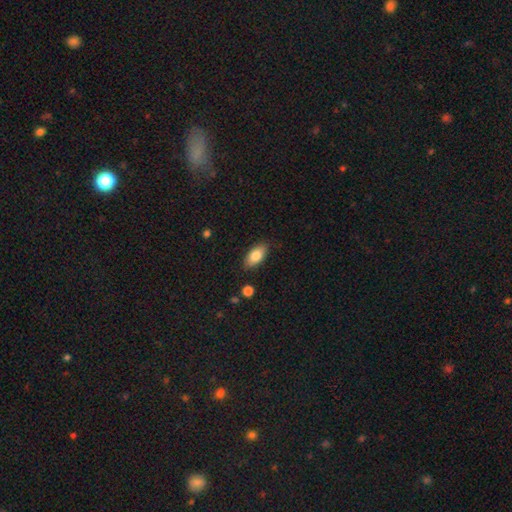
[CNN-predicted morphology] type=smooth (81%); roundness=in between (90%); merging=none (86%).